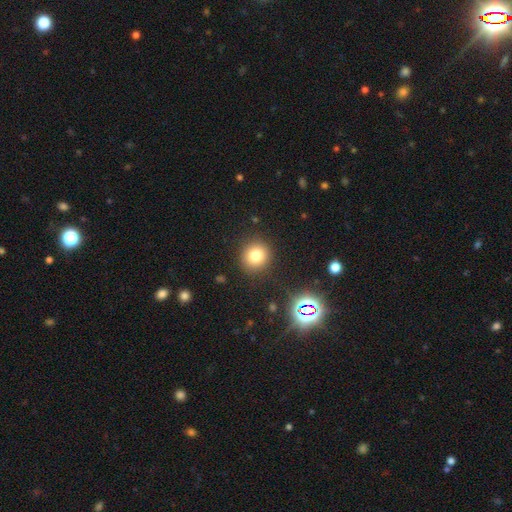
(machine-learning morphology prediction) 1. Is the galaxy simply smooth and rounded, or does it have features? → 77% smooth, 15% star or artifact, 8% featured or disk.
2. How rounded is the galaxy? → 89% round, 10% in between, 1% cigar-shaped.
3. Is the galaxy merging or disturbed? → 89% none, 7% minor disturbance, 3% major disturbance, 2% merger.